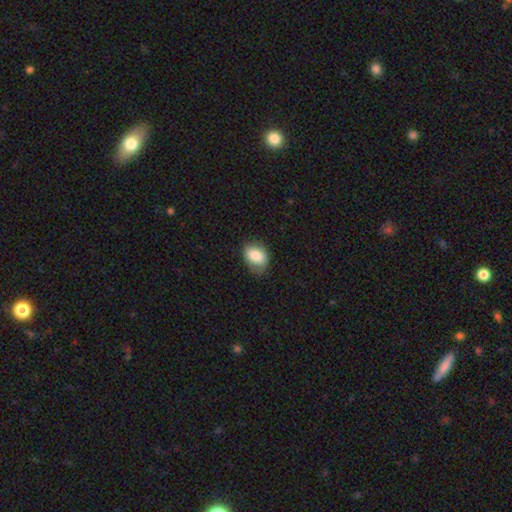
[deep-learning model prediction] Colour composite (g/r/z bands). It shows a smooth galaxy with no disk features (82%) that is in between round and cigar-shaped (74%). Merging: none (62%).